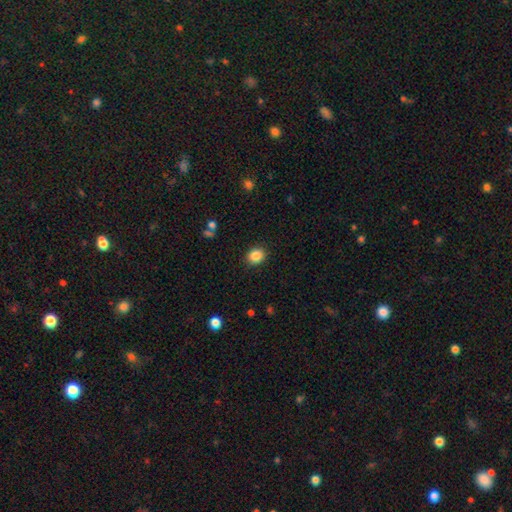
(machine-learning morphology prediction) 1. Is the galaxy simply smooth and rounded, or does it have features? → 87% smooth, 10% star or artifact, 4% featured or disk.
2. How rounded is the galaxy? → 70% round, 29% in between, 1% cigar-shaped.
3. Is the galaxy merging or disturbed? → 90% none, 7% minor disturbance, 2% major disturbance, 1% merger.